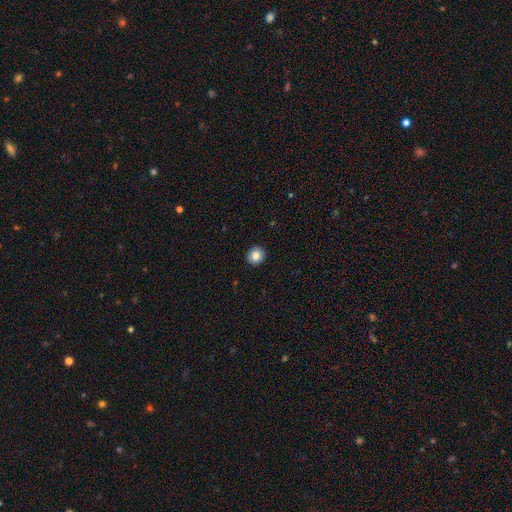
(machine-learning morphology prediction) The model was most divided on "smooth or featured": smooth: 83%, star or artifact: 9%, featured or disk: 8%. More confident: merging — none (93%); how rounded — round (89%).